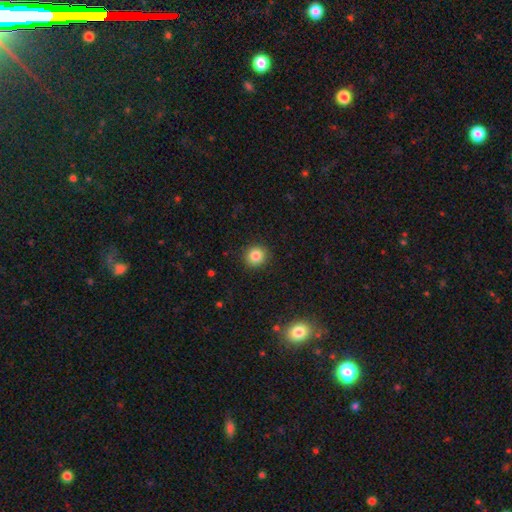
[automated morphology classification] smooth_or_featured: smooth (p=0.84) [alt: star or artifact p=0.10]
how_rounded: round (p=0.89) [alt: in between p=0.10]
merging: none (p=0.91) [alt: minor disturbance p=0.06]